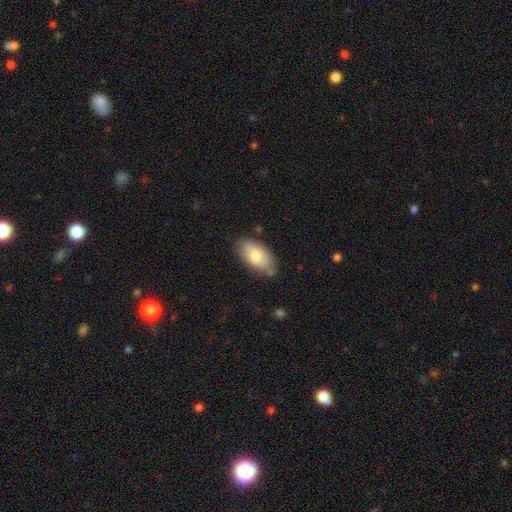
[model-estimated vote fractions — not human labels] smooth 75%, featured or disk 19%, star or artifact 6%. Down the decision tree: how rounded — in between (94%); merging — none (72%).